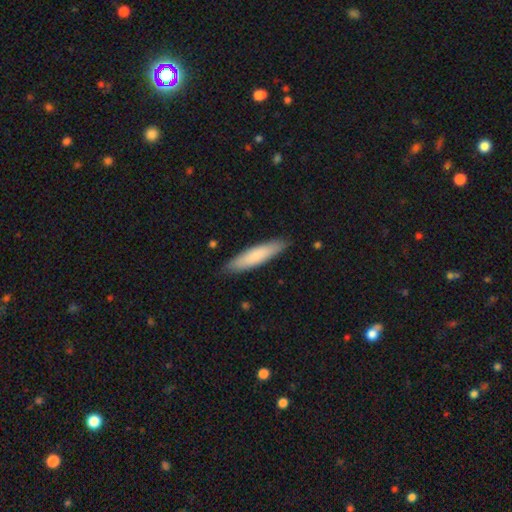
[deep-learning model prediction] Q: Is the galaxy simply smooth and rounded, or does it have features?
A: smooth — 78%.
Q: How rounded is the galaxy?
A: cigar-shaped — 80%.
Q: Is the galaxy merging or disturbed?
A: none — 88%.